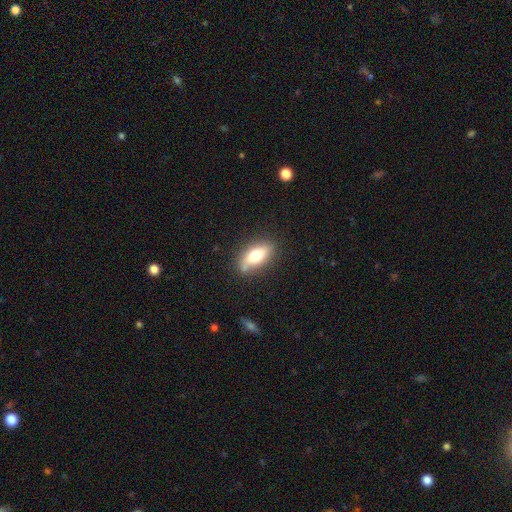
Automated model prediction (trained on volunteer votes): Q: Smooth or featured?
A: smooth (67%); runner-up: featured or disk (26%)
Q: How rounded?
A: in between (82%); runner-up: cigar-shaped (14%)
Q: Merging?
A: none (73%); runner-up: minor disturbance (19%)